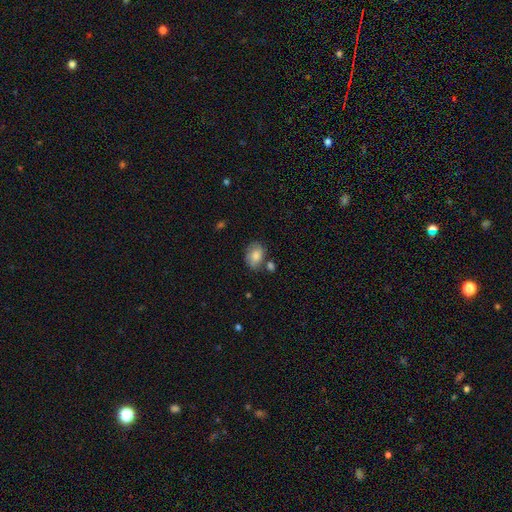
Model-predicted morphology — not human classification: Smooth or featured: smooth — 78% (featured or disk — 14%)
How rounded: in between — 70% (round — 29%)
Merging: none — 59% (minor disturbance — 21%)